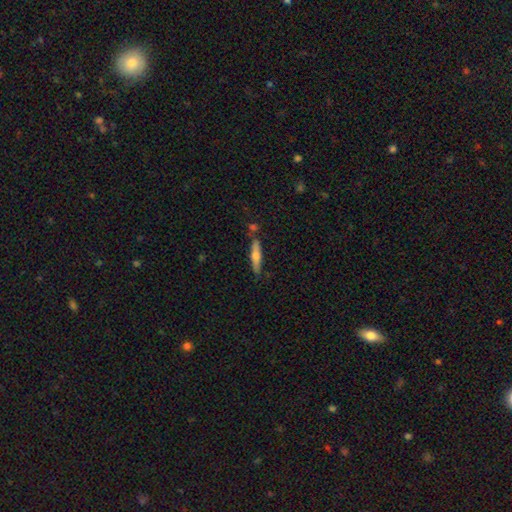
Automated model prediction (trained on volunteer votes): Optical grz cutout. It shows a smooth galaxy with no disk features (52%) that is cigar-shaped (84%). Merging: none (76%).